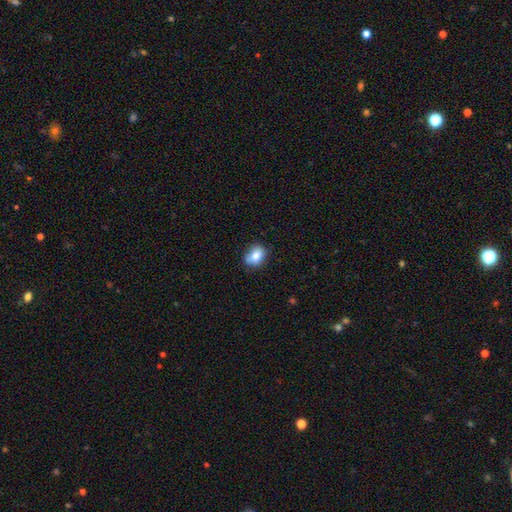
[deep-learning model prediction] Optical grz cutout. It shows a smooth galaxy with no disk features (81%) that is in between round and cigar-shaped (53%). Merging: none (64%).